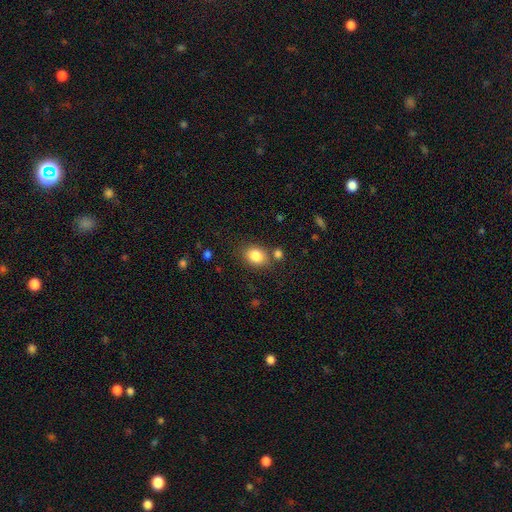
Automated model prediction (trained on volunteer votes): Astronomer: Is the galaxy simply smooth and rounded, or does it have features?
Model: smooth — 84%.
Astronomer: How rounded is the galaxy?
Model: in between — 53% (runner-up: round, 46%).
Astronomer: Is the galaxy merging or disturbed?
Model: none — 74%.